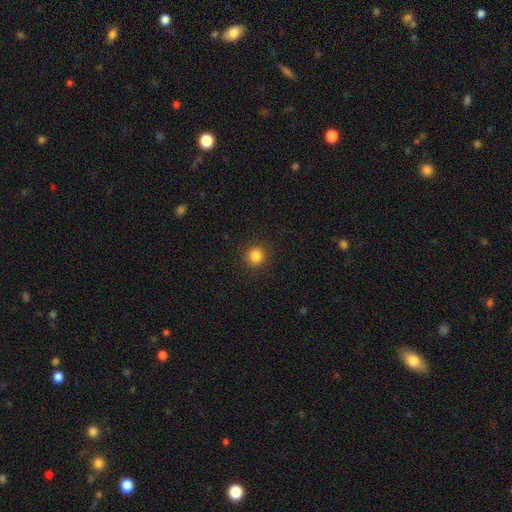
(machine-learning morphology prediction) A smooth galaxy with no disk features (85%) that is round (92%). Merging: none (91%).